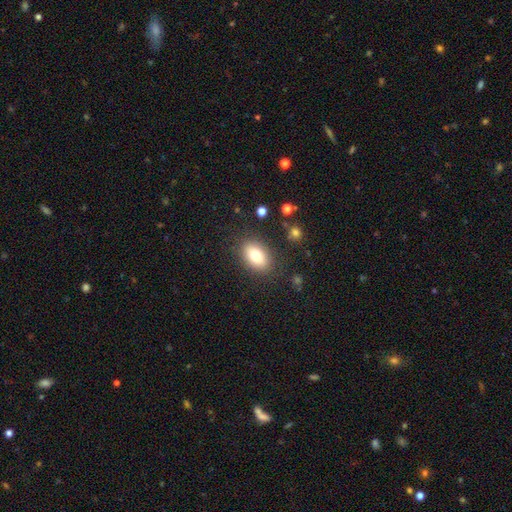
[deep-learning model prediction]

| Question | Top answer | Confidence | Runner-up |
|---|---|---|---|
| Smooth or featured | smooth | 78% | featured or disk (13%) |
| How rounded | in between | 86% | round (12%) |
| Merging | none | 84% | minor disturbance (10%) |